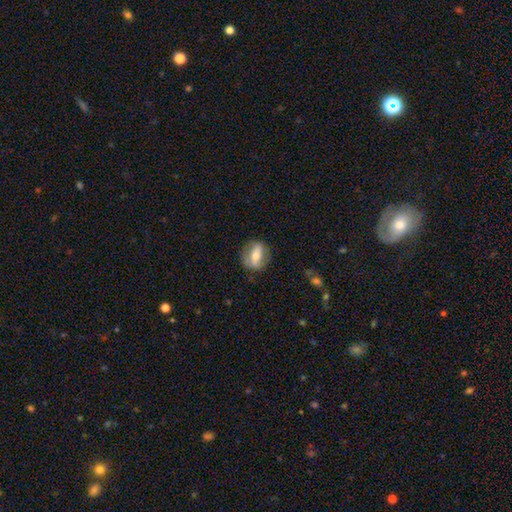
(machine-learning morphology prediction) Overall: smooth (49%; featured or disk 43%). Merging: none (81%).